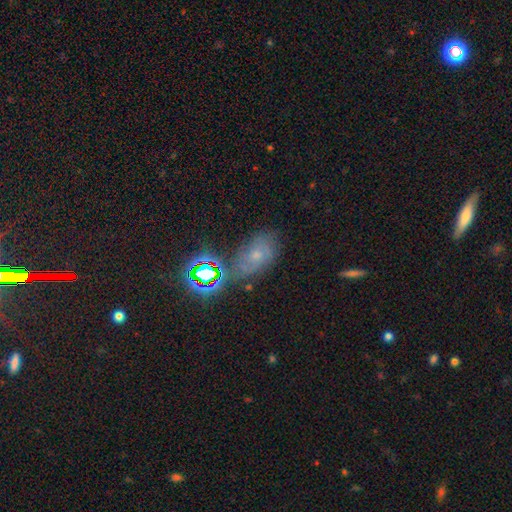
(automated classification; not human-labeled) Smooth or featured? star or artifact (39%)